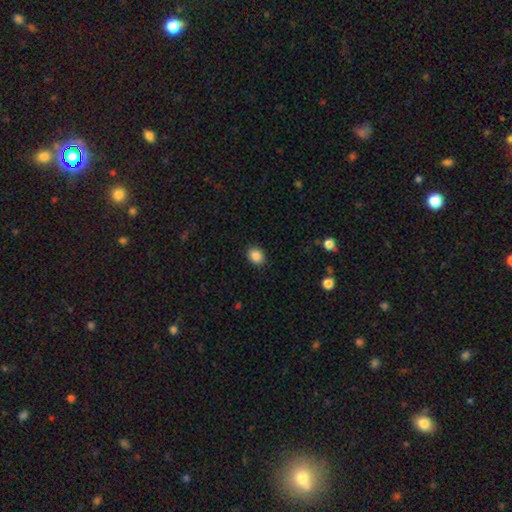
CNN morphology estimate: Smooth or featured: smooth — 87% (star or artifact — 9%)
How rounded: round — 52% (in between — 47%)
Merging: none — 89% (minor disturbance — 8%)